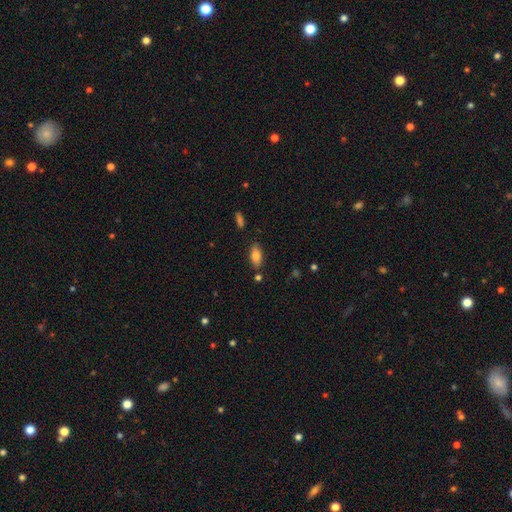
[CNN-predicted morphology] Smooth or featured? smooth (80%)
How rounded? in between (87%)
Merging? none (80%)